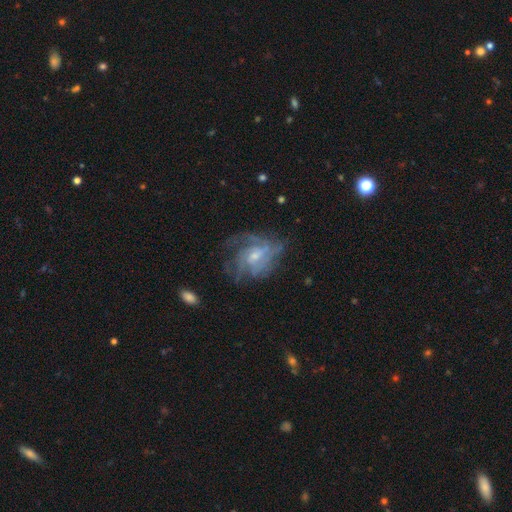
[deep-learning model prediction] This appears to be a featured or disk galaxy (79%) with no bar (51%), tight (43%) spiral arms (89%) and a small central bulge (51%). Merging: none (55%).